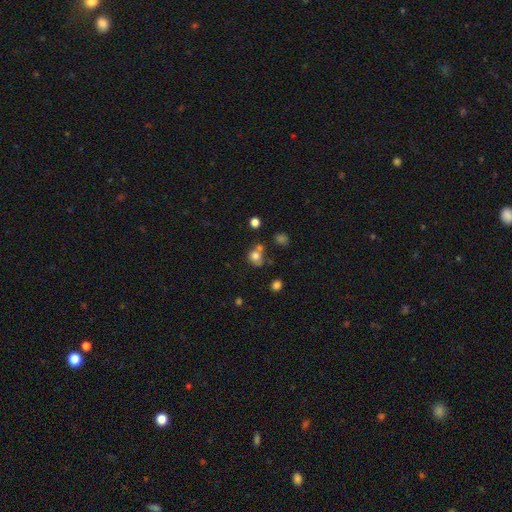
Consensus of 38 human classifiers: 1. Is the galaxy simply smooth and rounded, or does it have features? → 84% smooth, 11% star or artifact, 5% featured or disk.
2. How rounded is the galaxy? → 72% round, 28% in between, 0% cigar-shaped.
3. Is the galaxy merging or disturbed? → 44% none, 24% major disturbance, 18% merger, 15% minor disturbance.